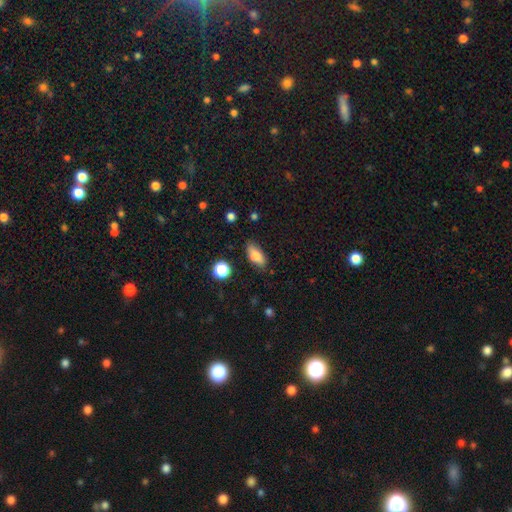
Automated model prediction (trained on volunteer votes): Smooth or featured: smooth — 78% (featured or disk — 14%)
How rounded: in between — 81% (cigar-shaped — 14%)
Merging: none — 78% (minor disturbance — 16%)